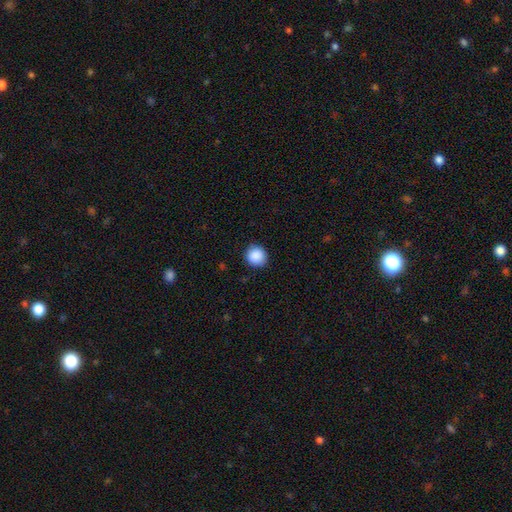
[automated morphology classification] The model was most divided on "smooth or featured": smooth: 89%, star or artifact: 8%, featured or disk: 2%. More confident: how rounded — round (92%); merging — none (89%).